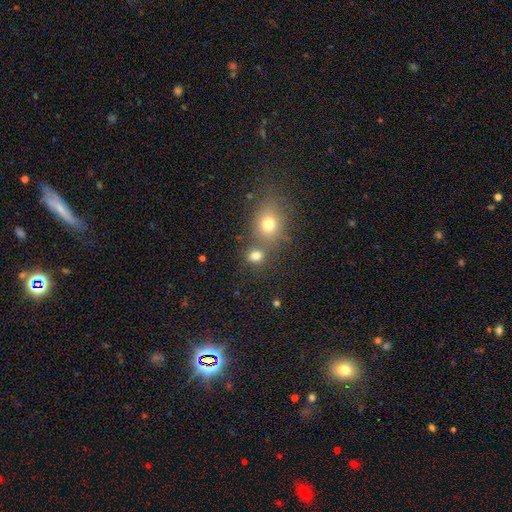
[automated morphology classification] A smooth galaxy with no disk features (76%) that is round (63%). Merging: none (58%).